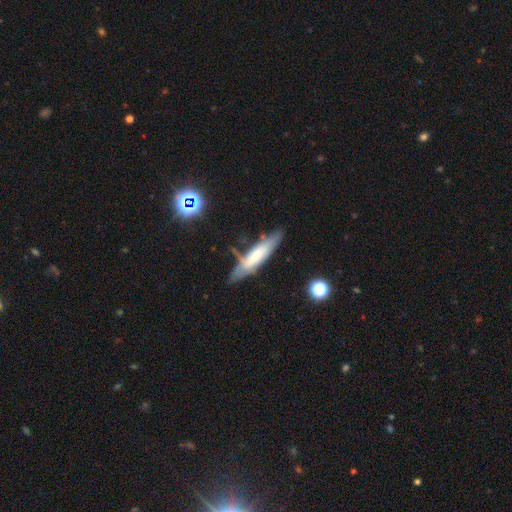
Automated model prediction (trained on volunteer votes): smooth-or-featured: smooth: 52% | featured or disk: 40% | star or artifact: 9%
  how-rounded: cigar-shaped: 74% | in between: 24% | round: 2%
  merging: none: 63% | minor disturbance: 25% | major disturbance: 8% | merger: 5%